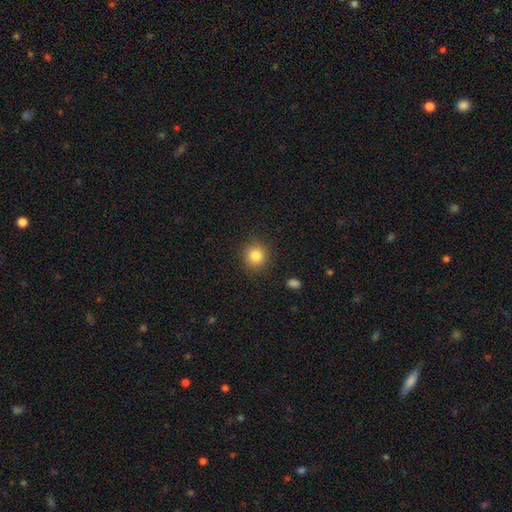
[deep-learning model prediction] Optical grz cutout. It shows a smooth galaxy with no disk features (83%) that is round (91%). Merging: none (89%).